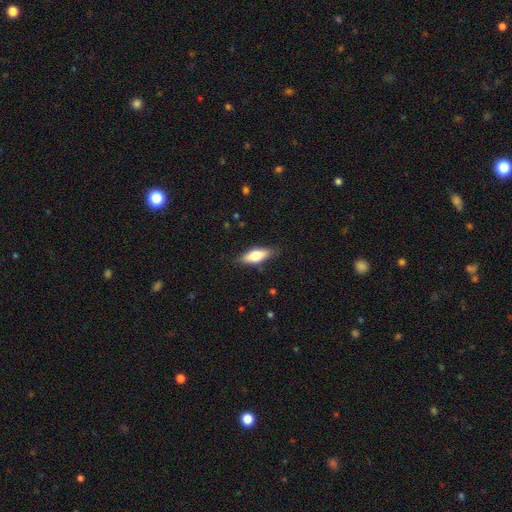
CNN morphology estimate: Smooth or featured?
  - smooth: 68% *
  - featured or disk: 26%
  - star or artifact: 6%
How rounded?
  - in between: 69% *
  - cigar-shaped: 29%
  - round: 3%
Merging?
  - none: 83% *
  - minor disturbance: 13%
  - major disturbance: 3%
  - merger: 1%